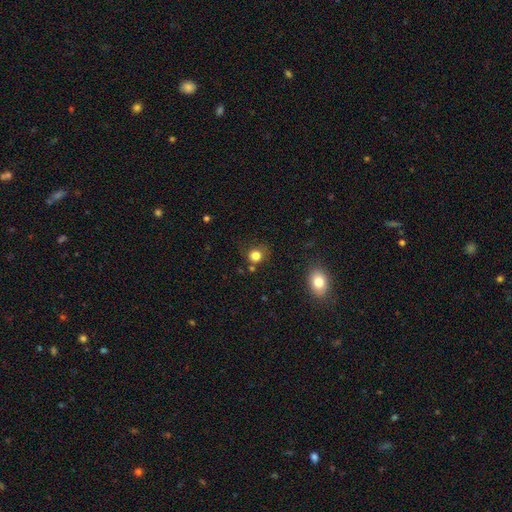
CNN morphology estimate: smooth-or-featured: smooth: 81% | star or artifact: 13% | featured or disk: 6%
  how-rounded: round: 83% | in between: 16% | cigar-shaped: 1%
  merging: none: 71% | minor disturbance: 17% | major disturbance: 6% | merger: 6%